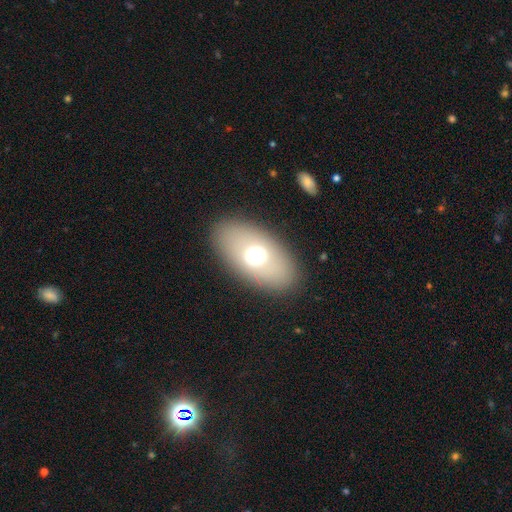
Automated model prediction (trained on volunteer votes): Morphology: type=smooth (59%); roundness=in between (84%); merging=none (86%).